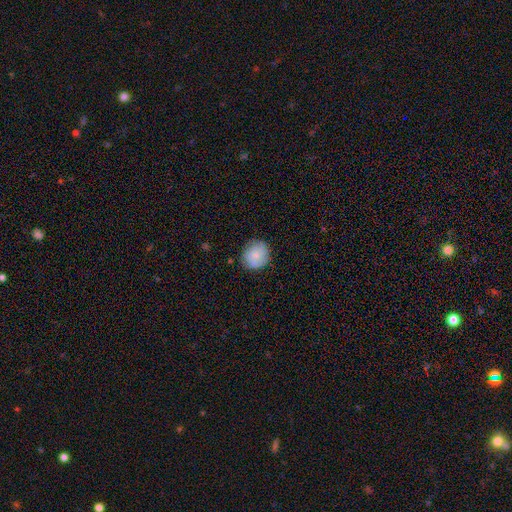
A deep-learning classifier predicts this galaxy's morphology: type=smooth (76%); roundness=round (84%); merging=none (78%).